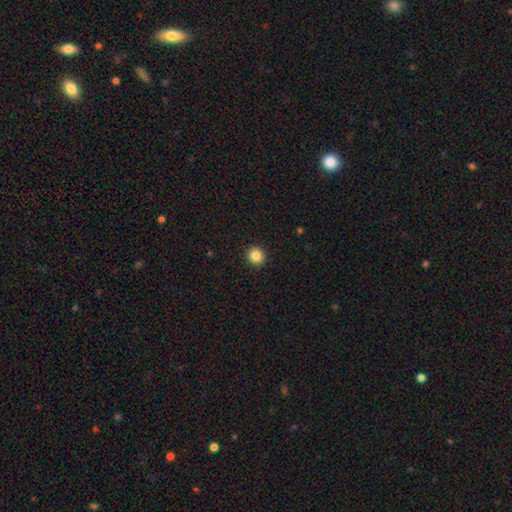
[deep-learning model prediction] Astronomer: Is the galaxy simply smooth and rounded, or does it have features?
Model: smooth — 86%.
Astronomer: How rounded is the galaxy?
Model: round — 91%.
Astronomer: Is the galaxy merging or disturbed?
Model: none — 93%.